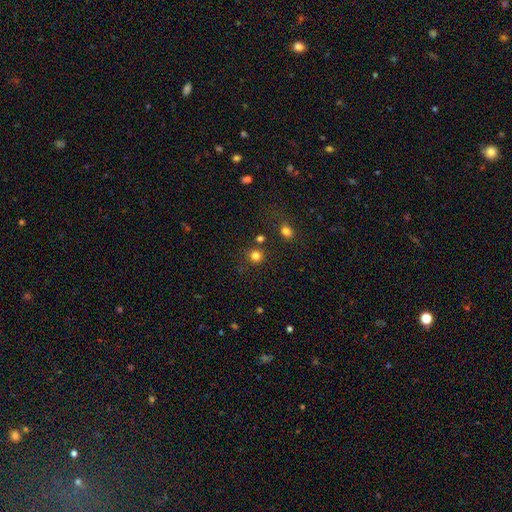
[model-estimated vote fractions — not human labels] A smooth galaxy with no disk features (80%) that is round (91%). Merging: none (81%).